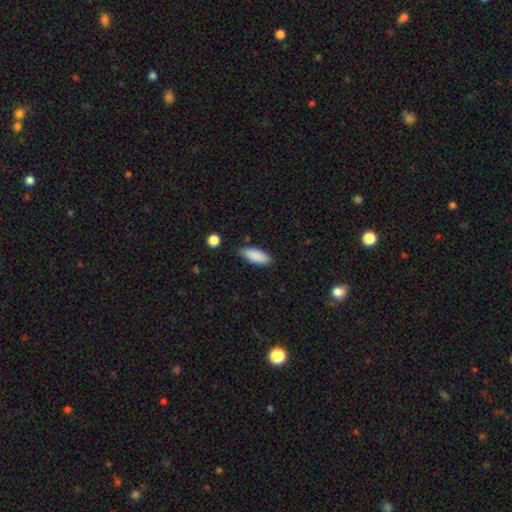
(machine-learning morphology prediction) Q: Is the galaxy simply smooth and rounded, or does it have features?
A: smooth — 88%.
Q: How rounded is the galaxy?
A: in between — 77%.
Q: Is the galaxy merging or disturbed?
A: none — 81%.